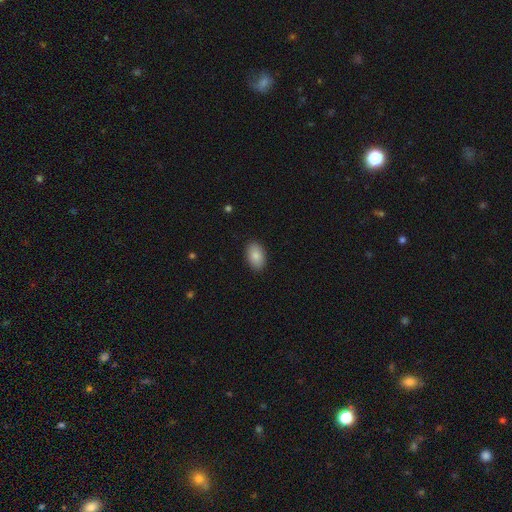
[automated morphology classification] smooth_or_featured: smooth (p=0.87) [alt: star or artifact p=0.07]
how_rounded: in between (p=0.92) [alt: round p=0.07]
merging: none (p=0.89) [alt: minor disturbance p=0.08]